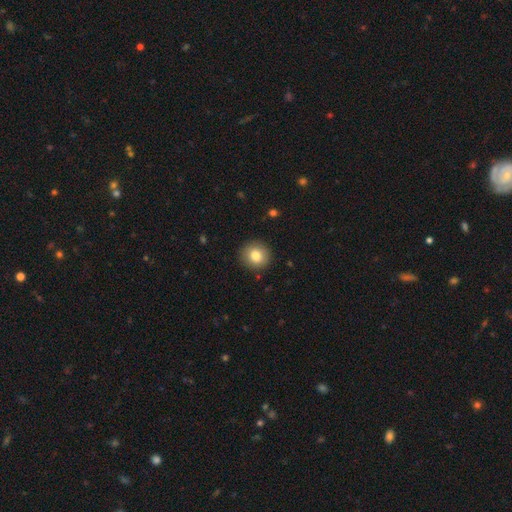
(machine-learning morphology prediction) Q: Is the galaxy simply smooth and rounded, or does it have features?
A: smooth — 81%.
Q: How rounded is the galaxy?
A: round — 91%.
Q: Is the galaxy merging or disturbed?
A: none — 90%.